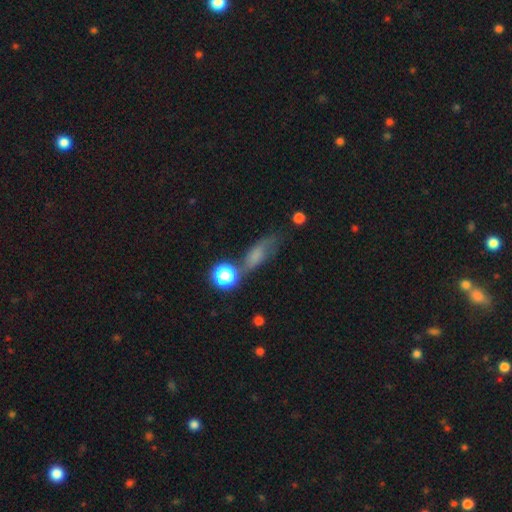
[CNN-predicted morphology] This is possibly a smooth galaxy (59%). How rounded: possibly in between (54%). Merging: possibly none (48%).